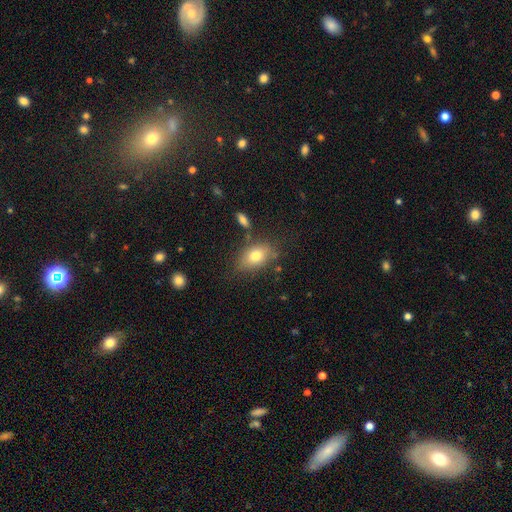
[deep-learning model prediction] Morphology: type=smooth (76%); roundness=in between (83%); merging=none (71%).